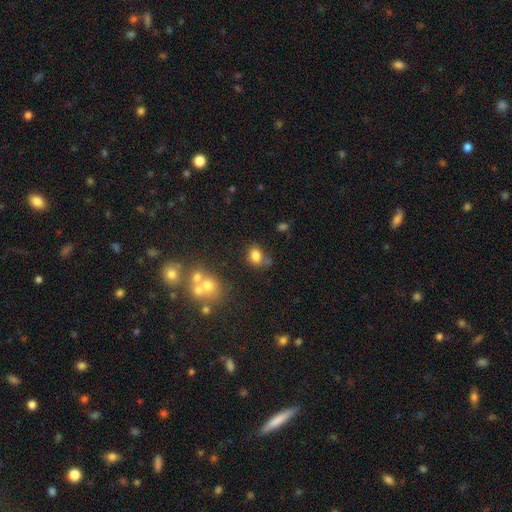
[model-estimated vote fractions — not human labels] The model was most divided on "how rounded": round: 50%, in between: 49%, cigar-shaped: 1%. More confident: smooth or featured — smooth (80%); merging — none (58%).